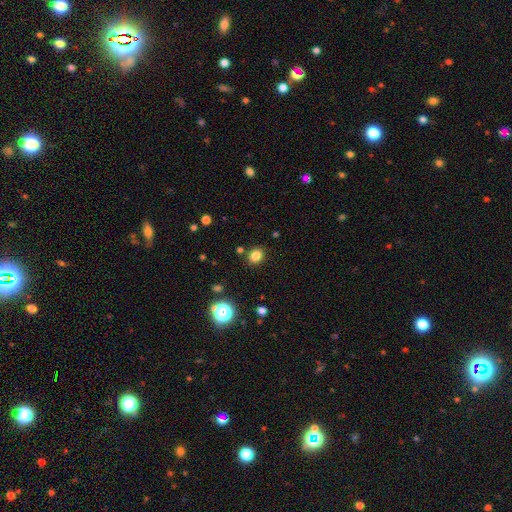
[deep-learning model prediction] Smooth or featured: smooth — 81% (star or artifact — 14%)
How rounded: round — 72% (in between — 27%)
Merging: none — 86% (minor disturbance — 8%)